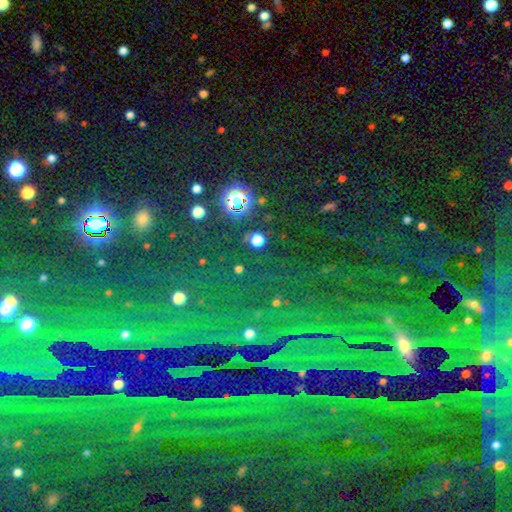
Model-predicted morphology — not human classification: Smooth or featured? star or artifact (82%)